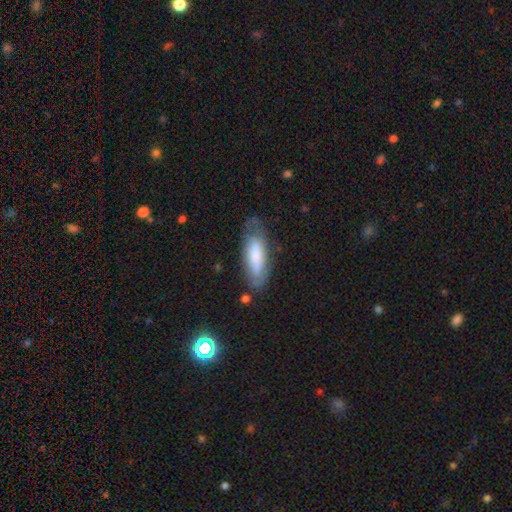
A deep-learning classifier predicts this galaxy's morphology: Smooth or featured: smooth — 67% (featured or disk — 27%)
How rounded: in between — 68% (cigar-shaped — 30%)
Merging: none — 66% (minor disturbance — 23%)